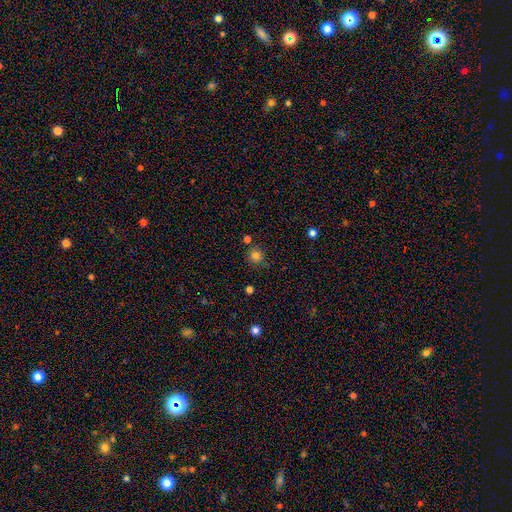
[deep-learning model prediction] Smooth or featured? smooth (80%)
How rounded? round (91%)
Merging? none (76%)